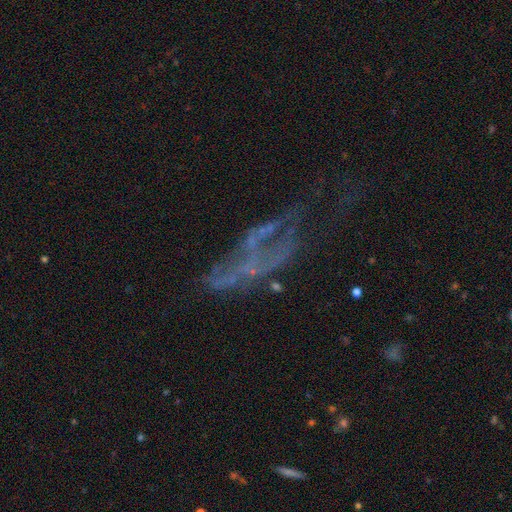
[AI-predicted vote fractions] Smooth or featured?
  - featured or disk: 62% *
  - star or artifact: 21%
  - smooth: 17%
Edge-on disk?
  - no: 91% *
  - yes: 9%
Bar?
  - no: 86% *
  - weak: 10%
  - strong: 5%
Spiral arms?
  - no: 79% *
  - yes: 21%
Bulge size?
  - none: 81% *
  - small: 12%
  - moderate: 5%
  - large: 2%
  - dominant: 1%
Merging?
  - major disturbance: 46% *
  - none: 29%
  - minor disturbance: 16%
  - merger: 9%